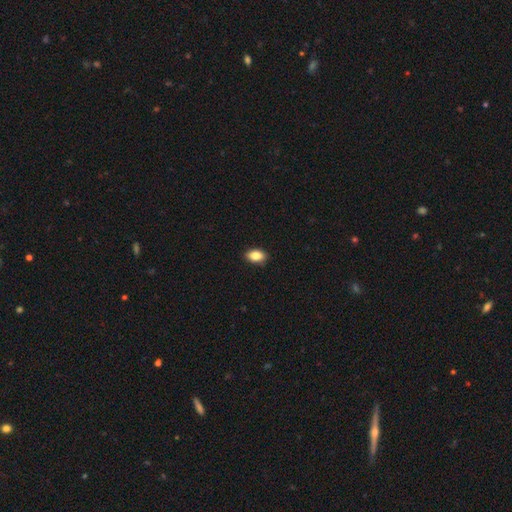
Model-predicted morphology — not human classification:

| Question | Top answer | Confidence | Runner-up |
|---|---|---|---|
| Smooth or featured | smooth | 86% | star or artifact (8%) |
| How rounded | in between | 88% | round (11%) |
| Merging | none | 89% | minor disturbance (9%) |